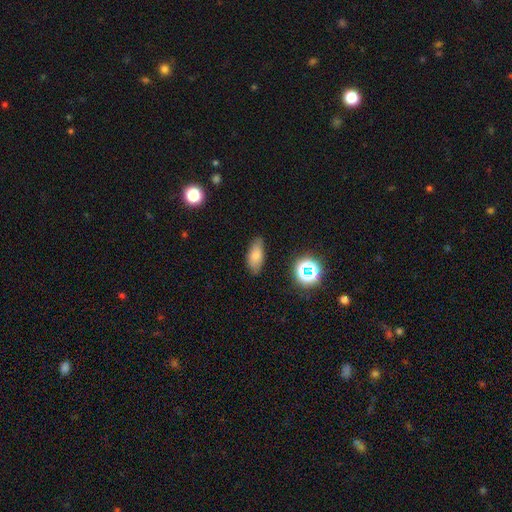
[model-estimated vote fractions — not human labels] The model was most divided on "smooth or featured": smooth: 75%, featured or disk: 13%, star or artifact: 12%. More confident: how rounded — in between (84%); merging — none (79%).